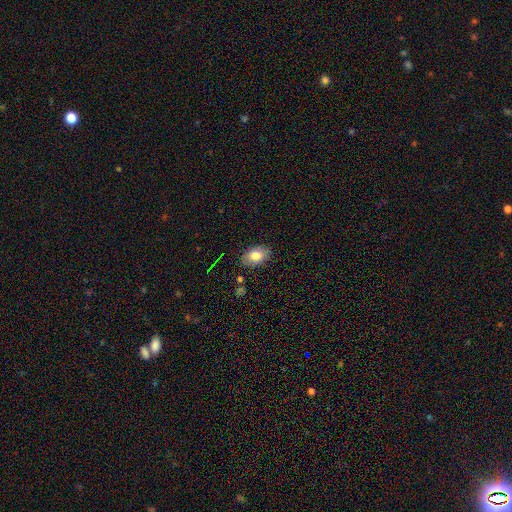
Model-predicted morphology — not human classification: Smooth or featured: smooth — 78% (featured or disk — 14%)
How rounded: in between — 89% (round — 10%)
Merging: none — 84% (minor disturbance — 12%)